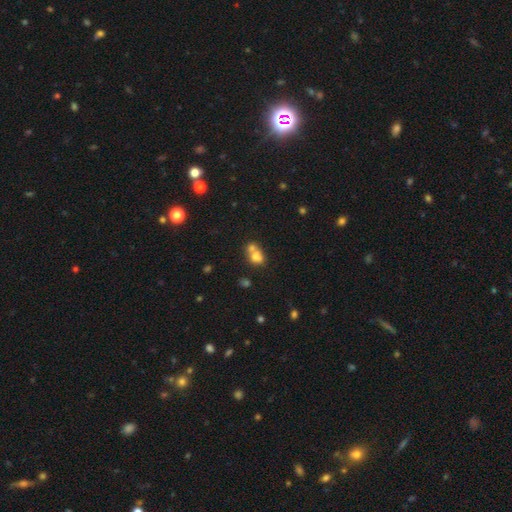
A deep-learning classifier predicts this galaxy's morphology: type=smooth (71%); roundness=round (53%); merging=merger (63%).